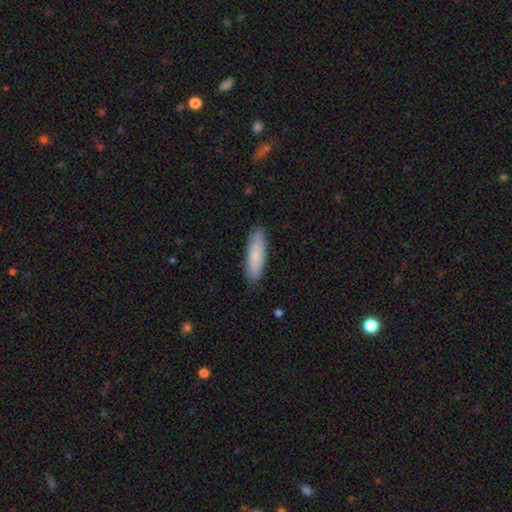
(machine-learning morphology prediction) smooth_or_featured: smooth (p=0.82) [alt: featured or disk p=0.12]
how_rounded: cigar-shaped (p=0.61) [alt: in between p=0.37]
merging: none (p=0.88) [alt: minor disturbance p=0.10]